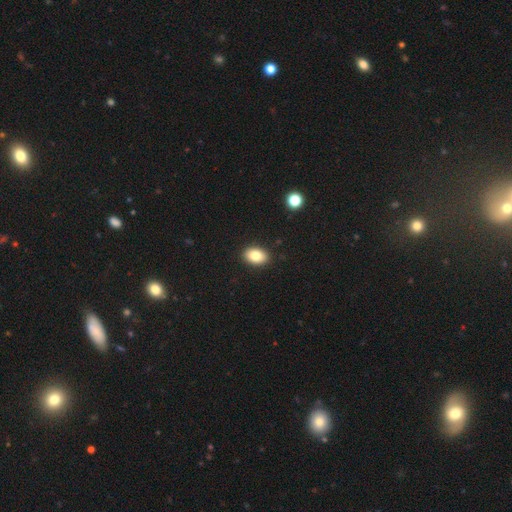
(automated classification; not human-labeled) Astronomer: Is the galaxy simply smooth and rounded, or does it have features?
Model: smooth — 83%.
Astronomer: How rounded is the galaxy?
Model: in between — 86%.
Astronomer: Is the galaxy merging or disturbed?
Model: none — 90%.